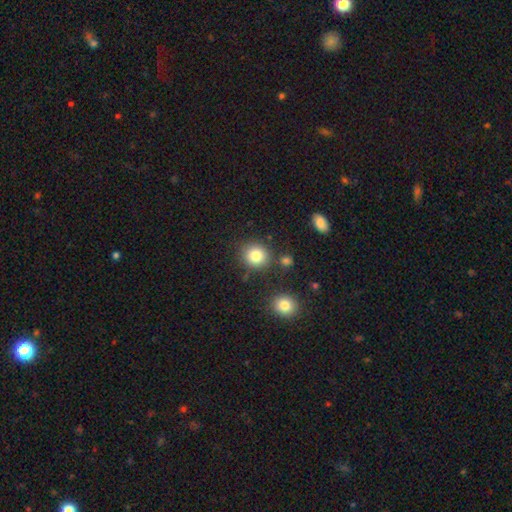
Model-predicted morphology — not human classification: type=smooth (82%); roundness=round (83%); merging=none (81%).